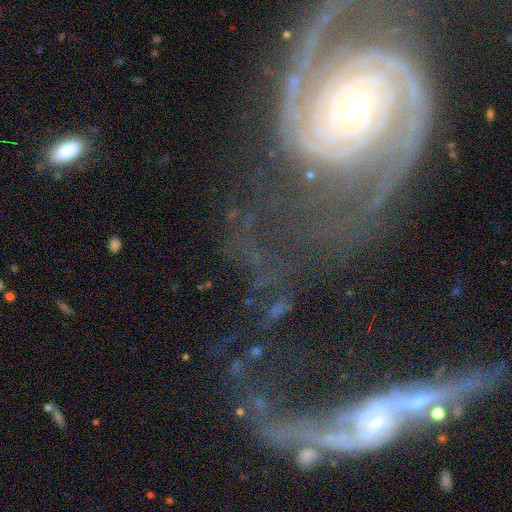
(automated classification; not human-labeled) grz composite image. It shows a featured or disk galaxy (85%) with no bar (61%), 2 (69%) tight (37%) spiral arms (95%) and a small central bulge (65%). Merging: none (35%).